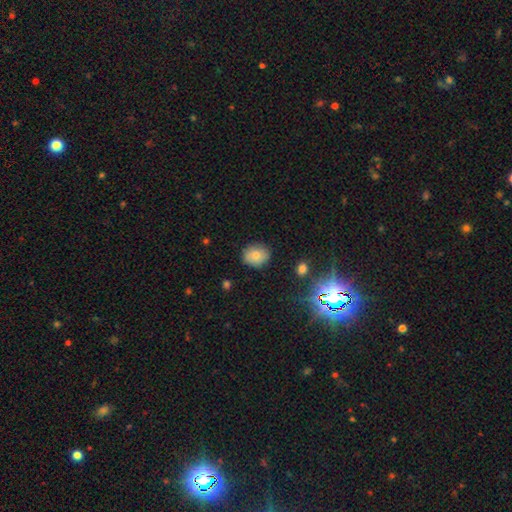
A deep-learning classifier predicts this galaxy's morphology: smooth_or_featured: smooth (p=0.80) [alt: star or artifact p=0.11]
how_rounded: round (p=0.62) [alt: in between p=0.37]
merging: none (p=0.84) [alt: minor disturbance p=0.12]